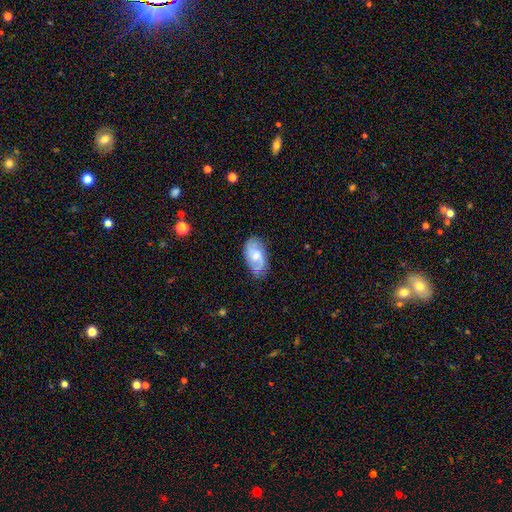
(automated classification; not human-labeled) Smooth or featured: featured or disk — 64% (smooth — 29%)
Edge-on disk: no — 96% (yes — 4%)
Bar: no — 54% (weak — 40%)
Spiral arms: yes — 91% (no — 9%)
Spiral winding: medium — 45% (tight — 33%)
Spiral arm count: 2 — 61% (can't tell — 20%)
Bulge size: moderate — 50% (small — 33%)
Merging: none — 74% (minor disturbance — 19%)